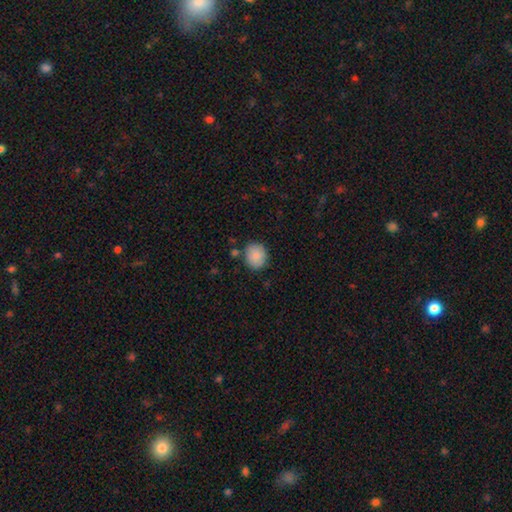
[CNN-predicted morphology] Smooth or featured: smooth — 87% (star or artifact — 7%)
How rounded: round — 75% (in between — 24%)
Merging: none — 80% (minor disturbance — 12%)